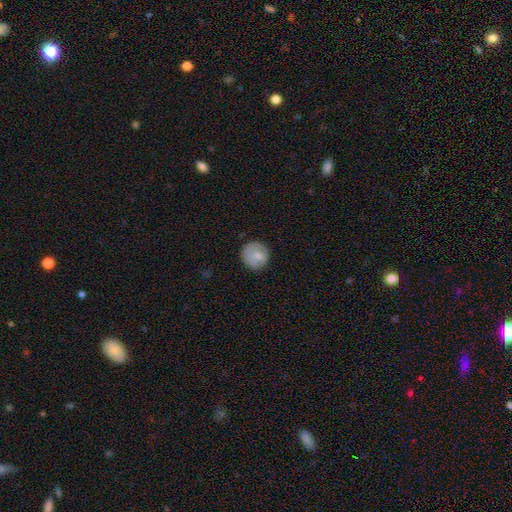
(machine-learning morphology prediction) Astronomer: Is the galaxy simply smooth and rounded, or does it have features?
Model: smooth — 77%.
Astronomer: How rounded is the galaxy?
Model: round — 89%.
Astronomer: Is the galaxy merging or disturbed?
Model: none — 77%.